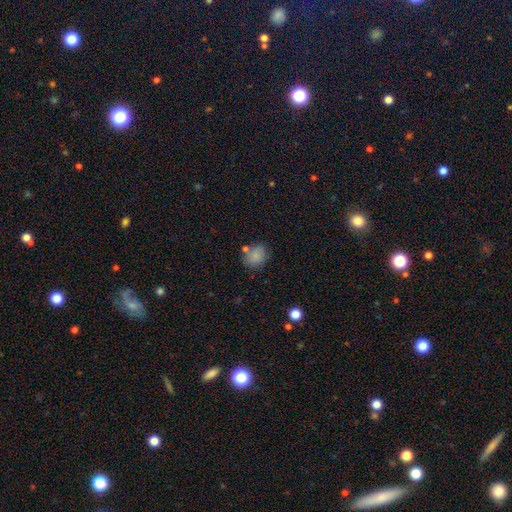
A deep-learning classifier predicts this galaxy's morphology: Smooth or featured? Predicted: smooth (p=0.83). How rounded? Predicted: round (p=0.64). Merging? Predicted: none (p=0.69).